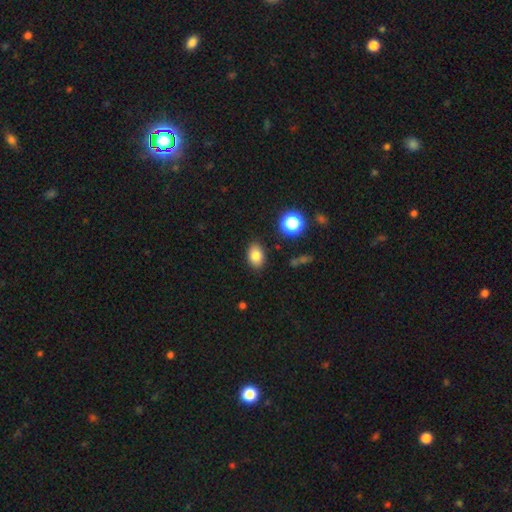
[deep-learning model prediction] smooth-or-featured: smooth: 81% | star or artifact: 11% | featured or disk: 8%
  how-rounded: in between: 79% | round: 20% | cigar-shaped: 1%
  merging: none: 86% | minor disturbance: 10% | major disturbance: 3% | merger: 2%